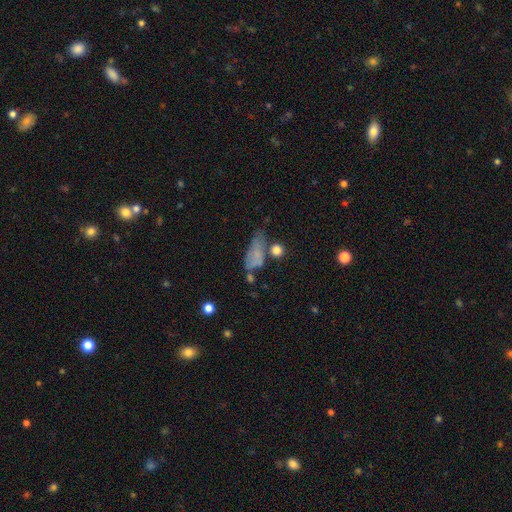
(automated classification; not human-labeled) A smooth galaxy with no disk features (63%) that is in between round and cigar-shaped (75%).

Vote fractions:
- Smooth or featured? smooth: 63% / featured or disk: 23% / star or artifact: 14%
- How rounded? in between: 75% / cigar-shaped: 15% / round: 10%
- Merging? none: 29% / major disturbance: 28% / minor disturbance: 27% / merger: 17%